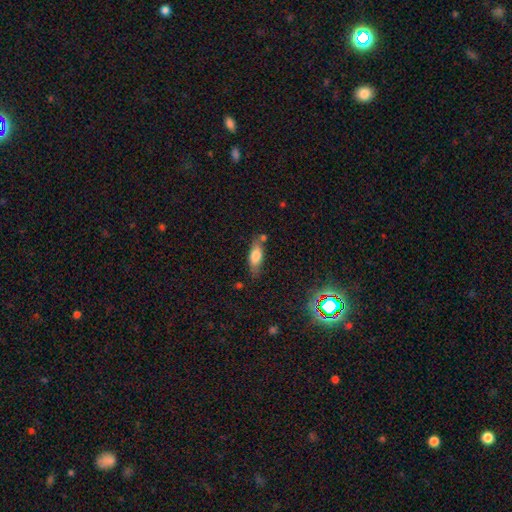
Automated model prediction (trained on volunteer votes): Smooth or featured?
  - smooth: 72% *
  - featured or disk: 20%
  - star or artifact: 8%
How rounded?
  - in between: 67% *
  - cigar-shaped: 30%
  - round: 3%
Merging?
  - none: 68% *
  - minor disturbance: 18%
  - merger: 10%
  - major disturbance: 4%